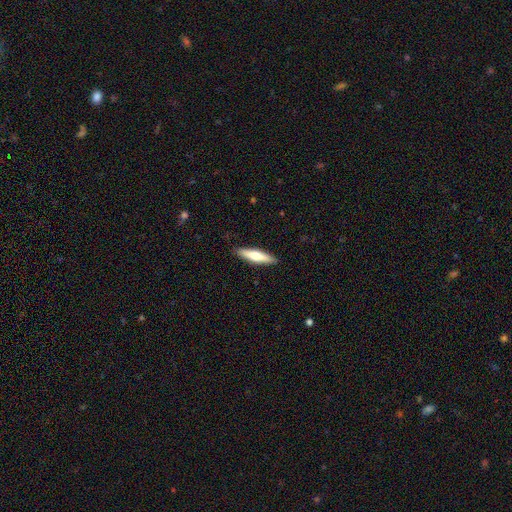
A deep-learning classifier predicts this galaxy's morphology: Smooth or featured? smooth (60%)
How rounded? cigar-shaped (77%)
Merging? none (89%)